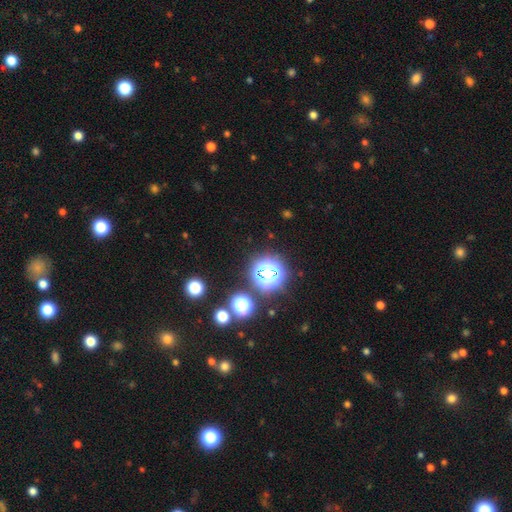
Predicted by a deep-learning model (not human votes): smooth_or_featured: star or artifact (p=0.75) [alt: smooth p=0.18]